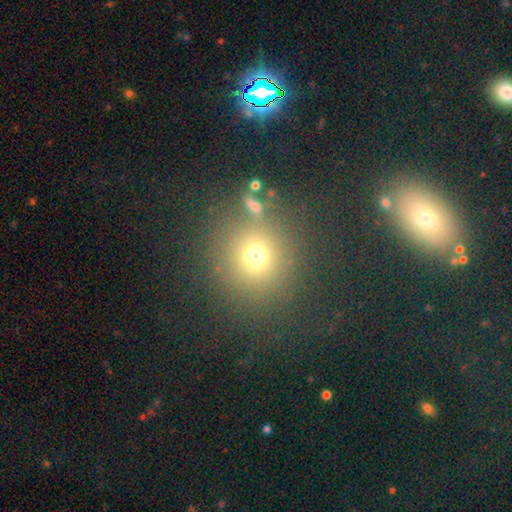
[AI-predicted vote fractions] smooth 71%, star or artifact 20%, featured or disk 9%. Down the decision tree: how rounded — round (90%); merging — none (78%).